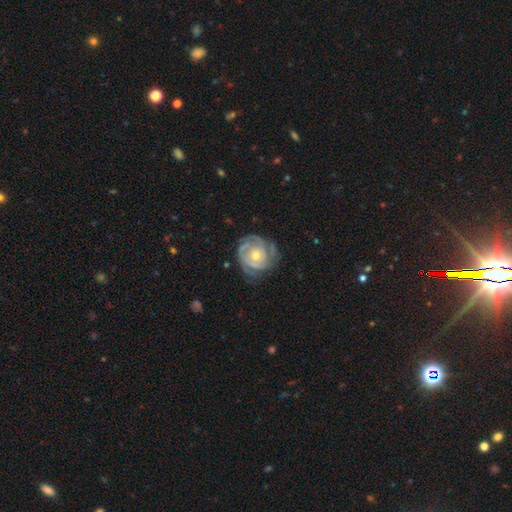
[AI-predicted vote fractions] Smooth or featured: featured or disk — 84% (smooth — 11%)
Edge-on disk: no — 98% (yes — 2%)
Bar: no — 79% (weak — 17%)
Spiral arms: yes — 93% (no — 7%)
Spiral winding: tight — 75% (medium — 20%)
Spiral arm count: can't tell — 30% (3 — 26%)
Bulge size: moderate — 55% (small — 41%)
Merging: none — 70% (minor disturbance — 20%)